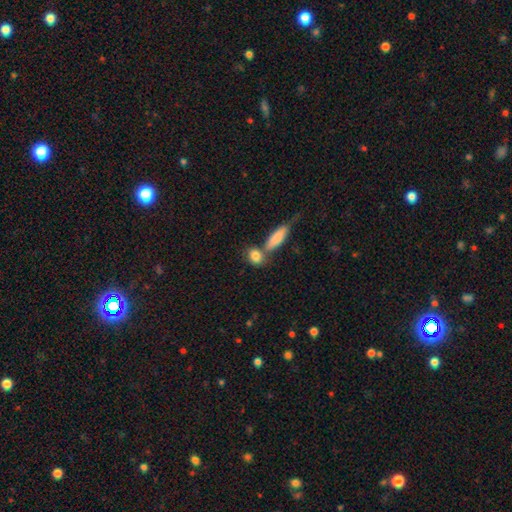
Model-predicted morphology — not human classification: type=smooth (84%); roundness=in between (60%); merging=none (48%).